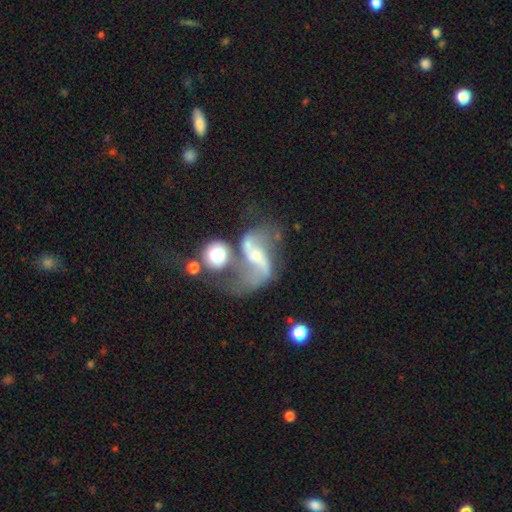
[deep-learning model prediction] This is likely a featured or disk galaxy (80%). It is clearly not viewed edge-on (97%). Bar: marginally weak (41%). Spiral arm pattern: clearly yes (91%). Spiral arm count: clearly 2 (88%). Spiral winding: clearly loose (84%). Central bulge: marginally small (40%, tied with moderate). Merging: marginally merger (36%).